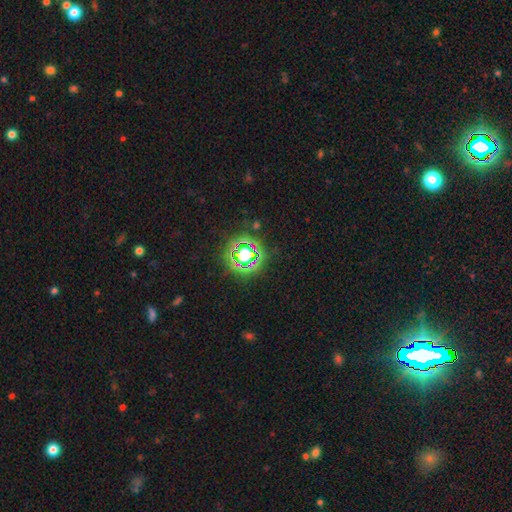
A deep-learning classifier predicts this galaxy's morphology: star or artifact 81%, smooth 12%, featured or disk 7%.